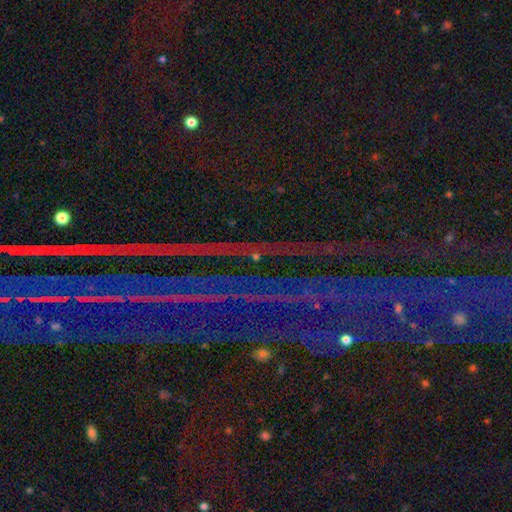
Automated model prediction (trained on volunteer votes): star or artifact 85%, featured or disk 9%, smooth 6%.